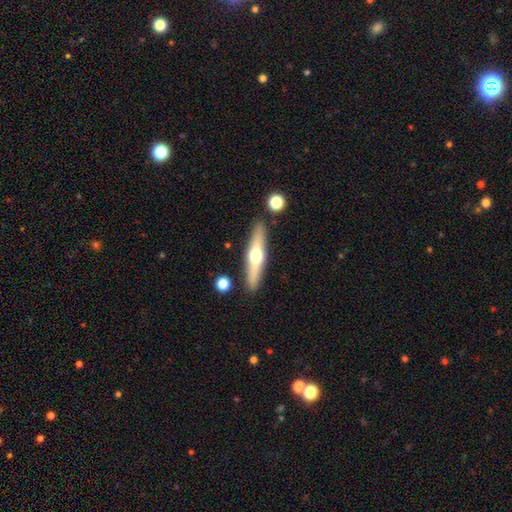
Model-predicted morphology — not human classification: smooth-or-featured: featured or disk: 59% | smooth: 36% | star or artifact: 5%
  disk-edge-on: yes: 94% | no: 6%
    edge-on-bulge: rounded: 95% | none: 3% | boxy: 2%
  merging: none: 86% | minor disturbance: 8% | merger: 4% | major disturbance: 2%